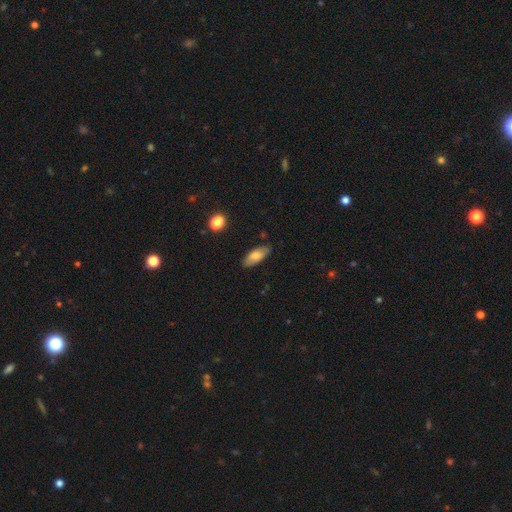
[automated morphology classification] smooth-or-featured: smooth: 76% | featured or disk: 17% | star or artifact: 7%
  how-rounded: in between: 81% | cigar-shaped: 17% | round: 2%
  merging: none: 83% | minor disturbance: 13% | major disturbance: 2% | merger: 1%